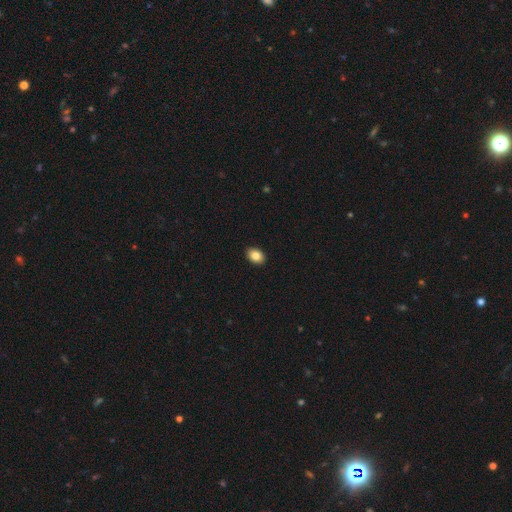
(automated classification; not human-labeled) Smooth or featured? Predicted: smooth (p=0.85). How rounded? Predicted: in between (p=0.73). Merging? Predicted: none (p=0.90).